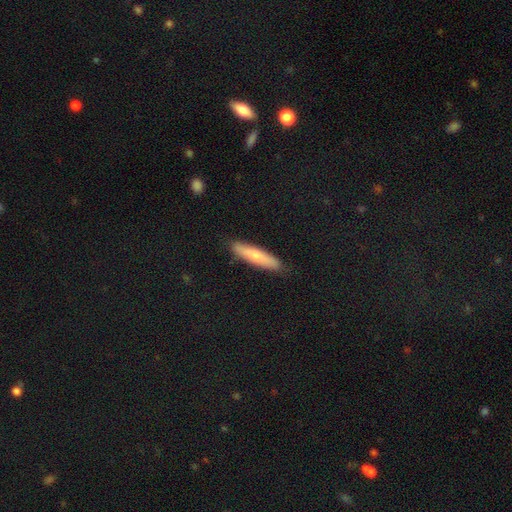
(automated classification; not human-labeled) Morphology: type=smooth (67%); roundness=cigar-shaped (83%); merging=none (87%).